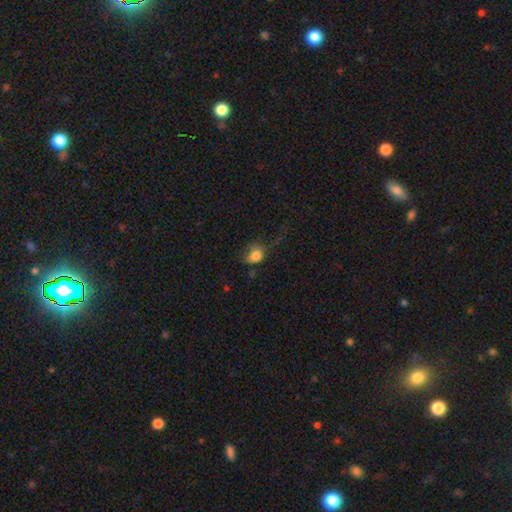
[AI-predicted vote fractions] Overall: smooth (81%). How rounded: round (55%; in between 44%). Merging: none (39%; minor disturbance 30%).